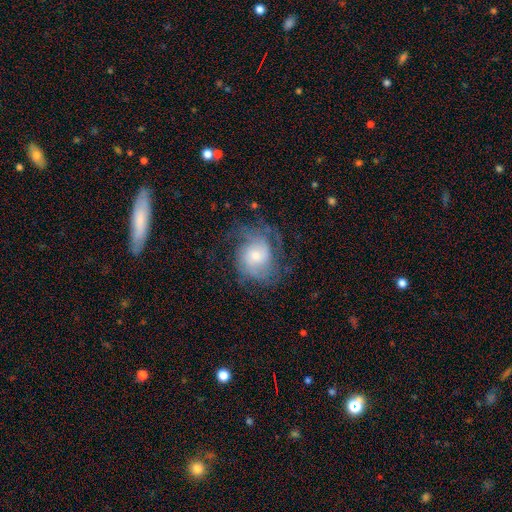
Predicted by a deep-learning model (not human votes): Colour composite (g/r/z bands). It shows a featured or disk galaxy (72%) with no bar (67%), 2 (35%) medium (41%) spiral arms (89%) and a moderate central bulge (46%). Merging: none (61%).